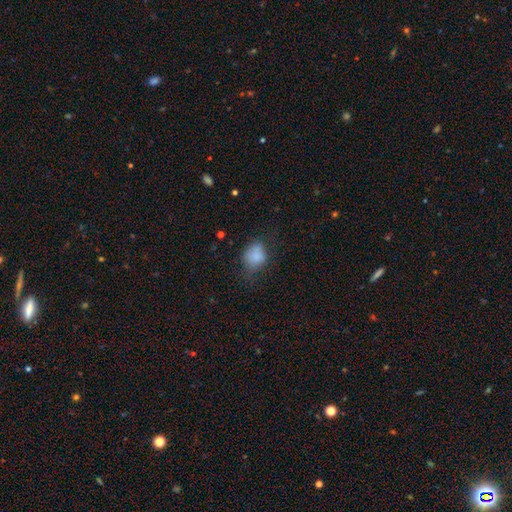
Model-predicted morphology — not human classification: Smooth or featured: smooth — 79% (star or artifact — 11%)
How rounded: in between — 50% (round — 49%)
Merging: none — 49% (minor disturbance — 33%)